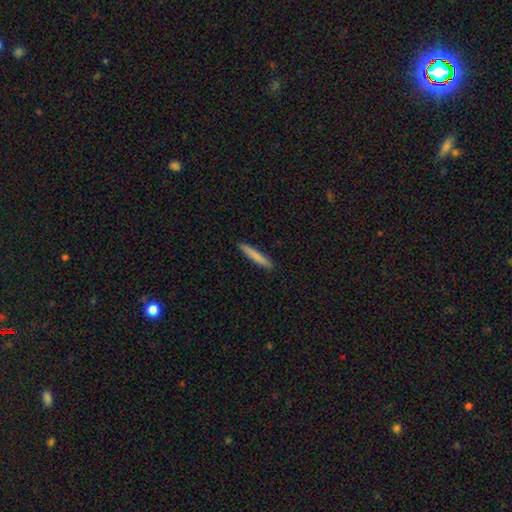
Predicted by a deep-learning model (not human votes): Smooth or featured? smooth (79%)
How rounded? cigar-shaped (95%)
Merging? none (91%)